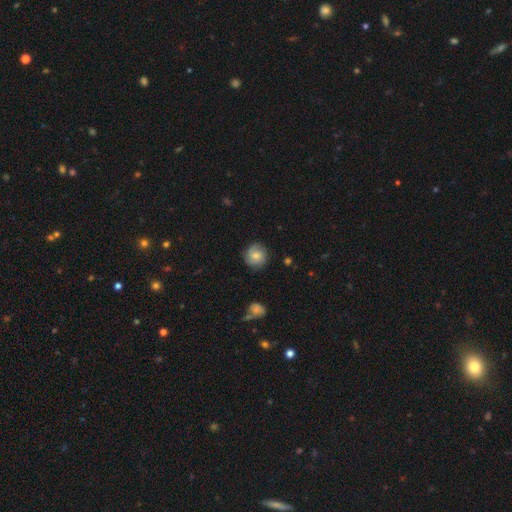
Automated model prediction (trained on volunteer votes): Q: Smooth or featured?
A: smooth (61%); runner-up: featured or disk (31%)
Q: How rounded?
A: round (90%); runner-up: in between (9%)
Q: Merging?
A: none (80%); runner-up: minor disturbance (15%)